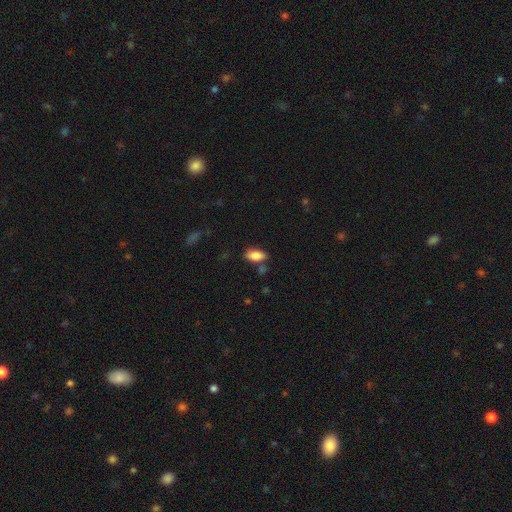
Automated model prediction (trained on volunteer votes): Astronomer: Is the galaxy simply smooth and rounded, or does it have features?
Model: smooth — 86%.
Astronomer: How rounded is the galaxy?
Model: in between — 92%.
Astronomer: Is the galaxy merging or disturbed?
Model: none — 73%.